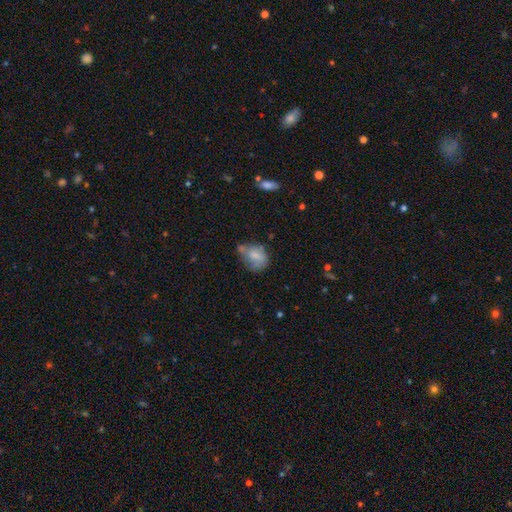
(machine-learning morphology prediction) Overall: smooth (68%). How rounded: in between (63%; round 35%). Merging: none (37%; minor disturbance 33%).